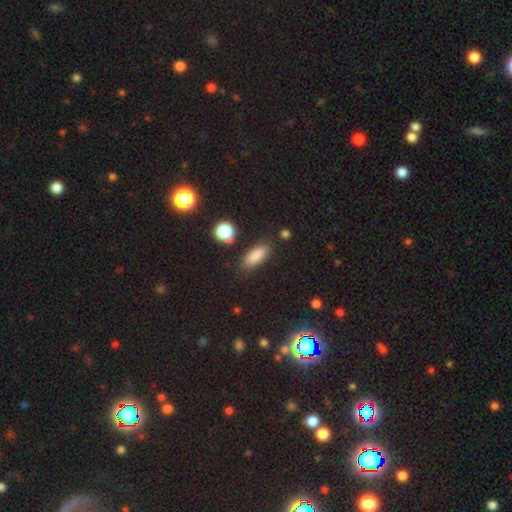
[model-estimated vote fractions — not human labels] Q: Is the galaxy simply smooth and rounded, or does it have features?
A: smooth — 81%.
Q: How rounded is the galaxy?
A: in between — 72%.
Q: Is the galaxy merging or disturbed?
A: none — 83%.